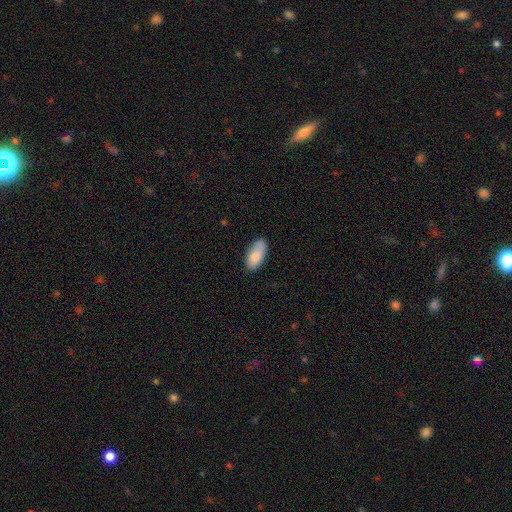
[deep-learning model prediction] This is clearly a smooth galaxy (83%). How rounded: clearly in between (92%). Merging: likely none (75%).